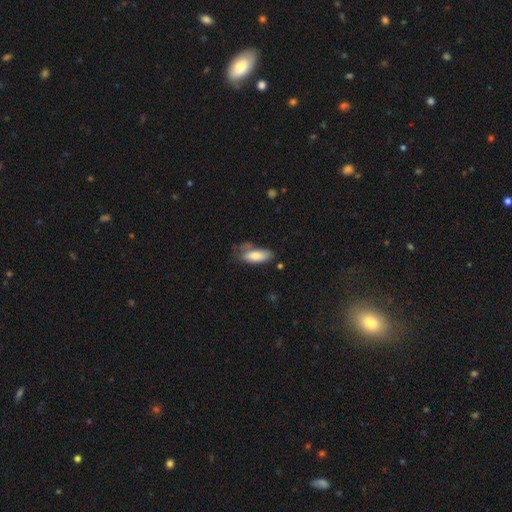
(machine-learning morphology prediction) Overall: smooth (79%). How rounded: in between (77%). Merging: none (46%; minor disturbance 32%).